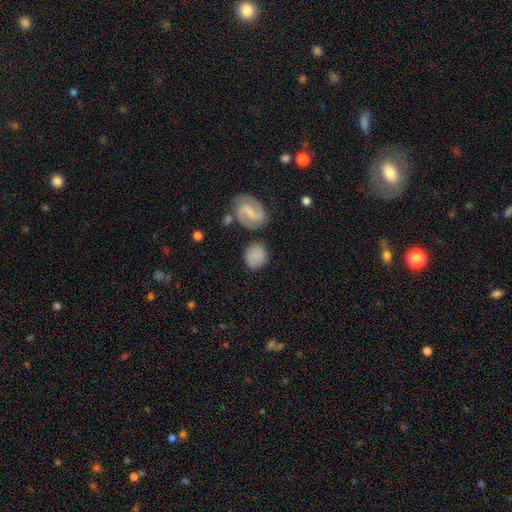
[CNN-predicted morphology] smooth_or_featured: smooth (p=0.70) [alt: featured or disk p=0.22]
how_rounded: round (p=0.78) [alt: in between p=0.21]
merging: none (p=0.73) [alt: minor disturbance p=0.13]